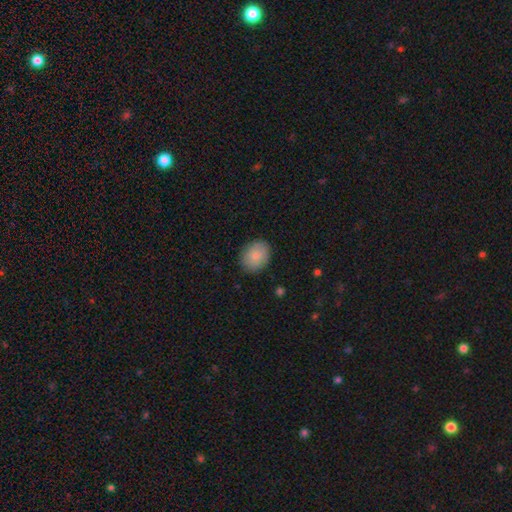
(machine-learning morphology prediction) smooth-or-featured: smooth: 86% | featured or disk: 8% | star or artifact: 7%
  how-rounded: in between: 59% | round: 40% | cigar-shaped: 1%
  merging: none: 87% | minor disturbance: 10% | major disturbance: 2% | merger: 1%